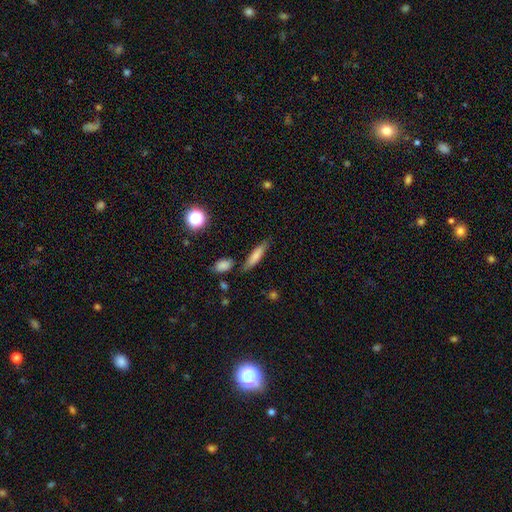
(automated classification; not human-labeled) A smooth galaxy with no disk features (75%) that is cigar-shaped (71%).

Vote fractions:
- Smooth or featured? smooth: 75% / featured or disk: 17% / star or artifact: 8%
- How rounded? cigar-shaped: 71% / in between: 26% / round: 3%
- Merging? none: 75% / minor disturbance: 14% / merger: 8% / major disturbance: 4%